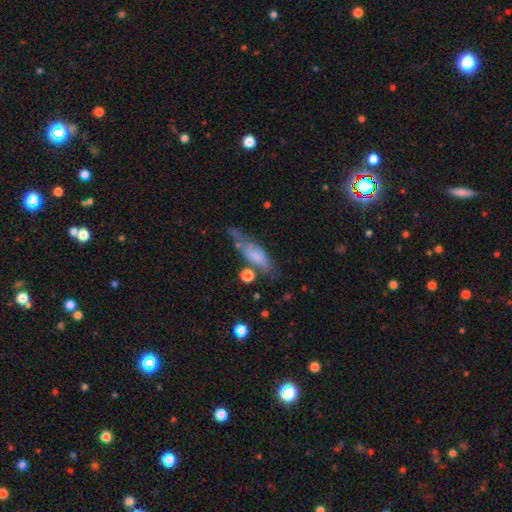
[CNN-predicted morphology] Q: Smooth or featured?
A: smooth (60%); runner-up: featured or disk (32%)
Q: How rounded?
A: in between (51%); runner-up: cigar-shaped (46%)
Q: Merging?
A: none (42%); runner-up: minor disturbance (29%)